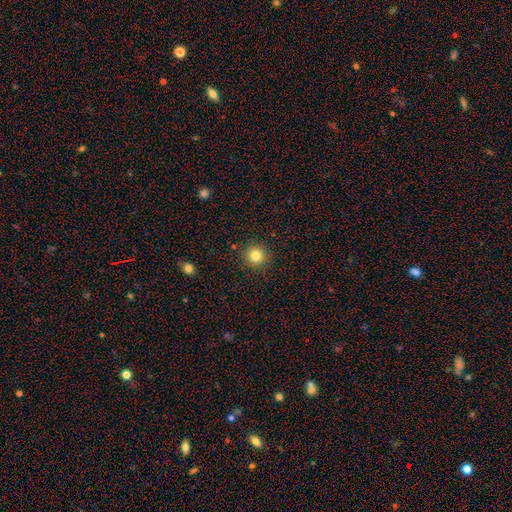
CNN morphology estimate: smooth_or_featured: smooth (p=0.82) [alt: star or artifact p=0.12]
how_rounded: round (p=0.94) [alt: in between p=0.05]
merging: none (p=0.91) [alt: minor disturbance p=0.06]